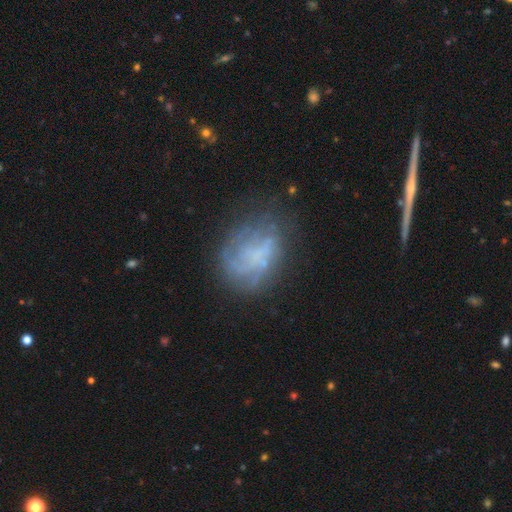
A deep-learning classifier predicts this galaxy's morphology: Smooth or featured?
  - featured or disk: 52% *
  - smooth: 34%
  - star or artifact: 14%
Edge-on disk?
  - no: 97% *
  - yes: 3%
Bar?
  - no: 84% *
  - weak: 13%
  - strong: 4%
Spiral arms?
  - no: 66% *
  - yes: 34%
Bulge size?
  - none: 76% *
  - small: 12%
  - moderate: 8%
  - large: 3%
  - dominant: 1%
Merging?
  - none: 54% *
  - minor disturbance: 23%
  - major disturbance: 20%
  - merger: 3%